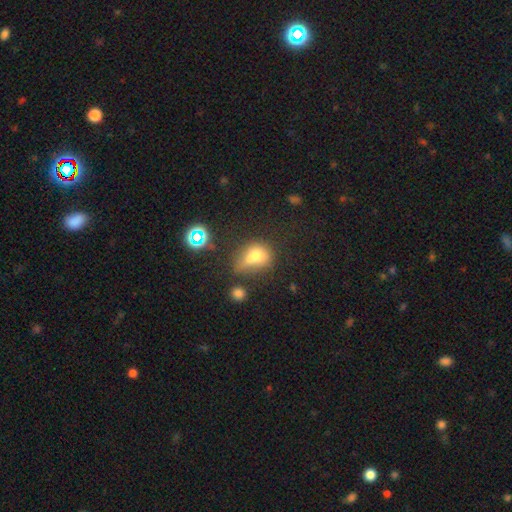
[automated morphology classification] type=smooth (66%); roundness=round (58%); merging=merger (41%).